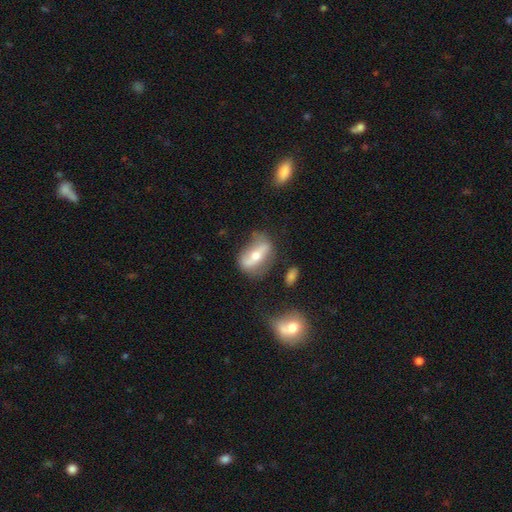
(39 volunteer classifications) Smooth or featured? featured or disk (77%)
Edge-on disk? no (77%)
Bar? strong (65%)
Spiral arms? yes (57%)
Spiral winding? loose (46%)
Spiral arm count? 2 (77%)
Bulge size? moderate (61%)
Merging? none (47%)